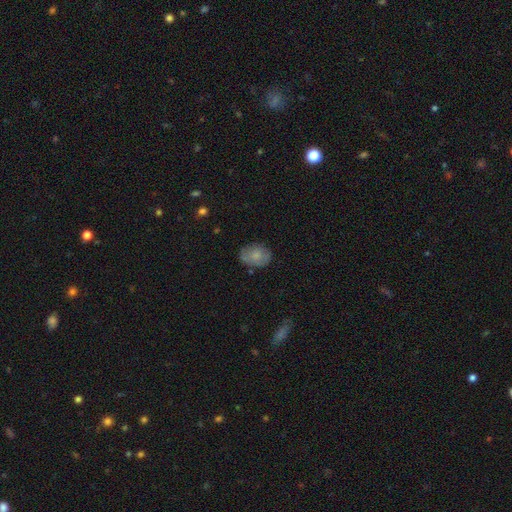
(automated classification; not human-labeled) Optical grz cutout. It shows a smooth galaxy with no disk features (73%) that is in between round and cigar-shaped (73%). Merging: none (71%).